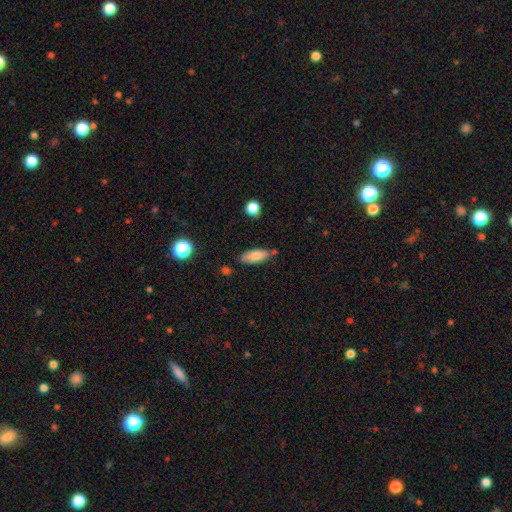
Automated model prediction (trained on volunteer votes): A smooth galaxy with no disk features (81%) that is in between round and cigar-shaped (73%). Merging: none (72%).